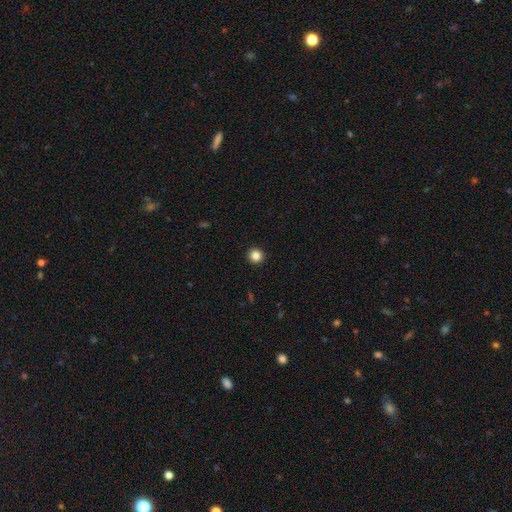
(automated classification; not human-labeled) smooth 85%, star or artifact 11%, featured or disk 4%. Down the decision tree: how rounded — round (95%); merging — none (94%).